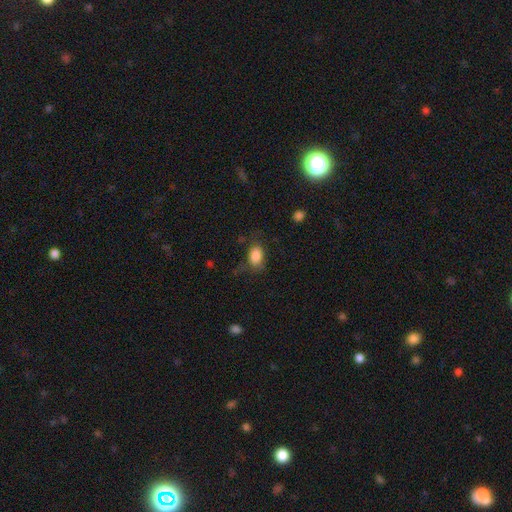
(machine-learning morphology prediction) The model was most divided on "merging": none: 62%, minor disturbance: 24%, major disturbance: 12%, merger: 2%. More confident: smooth or featured — smooth (85%); how rounded — in between (81%).